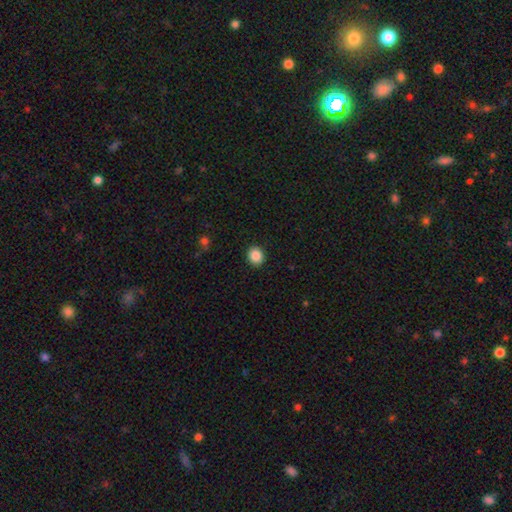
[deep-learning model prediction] smooth-or-featured: smooth: 88% | star or artifact: 9% | featured or disk: 3%
  how-rounded: round: 75% | in between: 25% | cigar-shaped: 1%
  merging: none: 91% | minor disturbance: 6% | major disturbance: 2% | merger: 1%